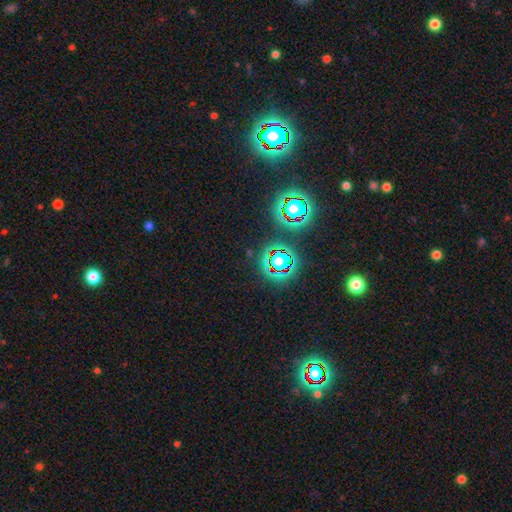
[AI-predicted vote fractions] Morphology: type=star or artifact (79%).